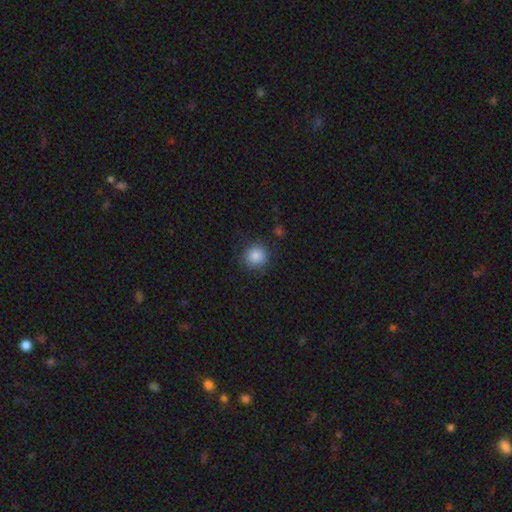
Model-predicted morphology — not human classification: A smooth galaxy with no disk features (86%) that is round (90%). Merging: none (87%).